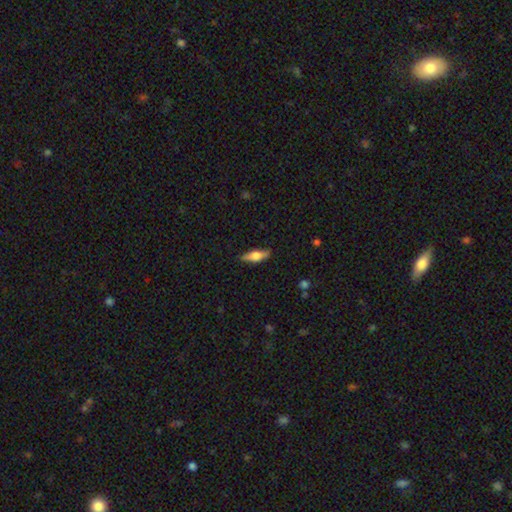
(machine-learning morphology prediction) A smooth galaxy with no disk features (53%) that is in between round and cigar-shaped (58%). Merging: none (84%).